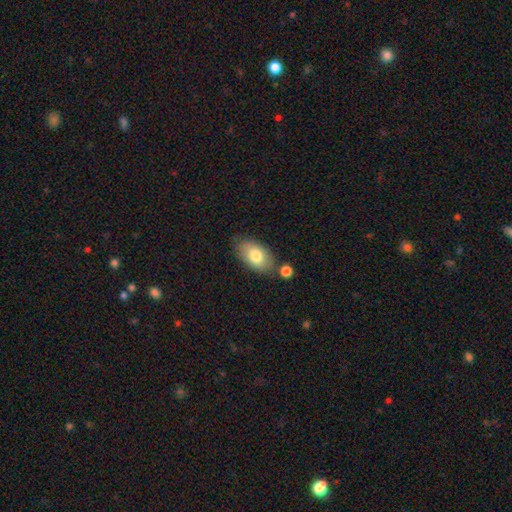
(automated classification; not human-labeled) Smooth or featured? smooth (78%)
How rounded? in between (93%)
Merging? none (73%)